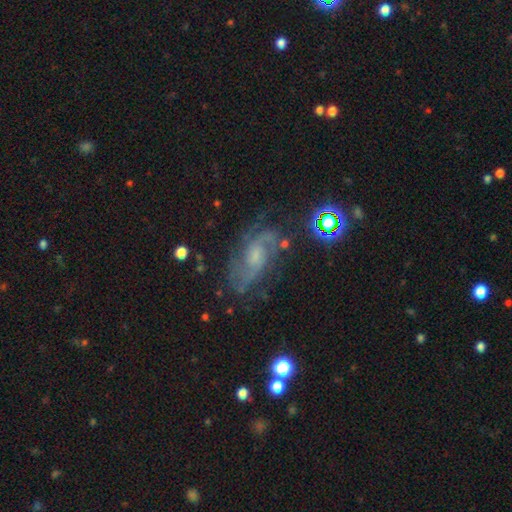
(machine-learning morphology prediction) Smooth or featured: featured or disk — 78% (star or artifact — 12%)
Edge-on disk: no — 95% (yes — 5%)
Bar: no — 56% (weak — 38%)
Spiral arms: yes — 94% (no — 6%)
Spiral winding: medium — 49% (tight — 29%)
Spiral arm count: 2 — 59% (can't tell — 20%)
Bulge size: small — 48% (moderate — 30%)
Merging: none — 65% (minor disturbance — 20%)